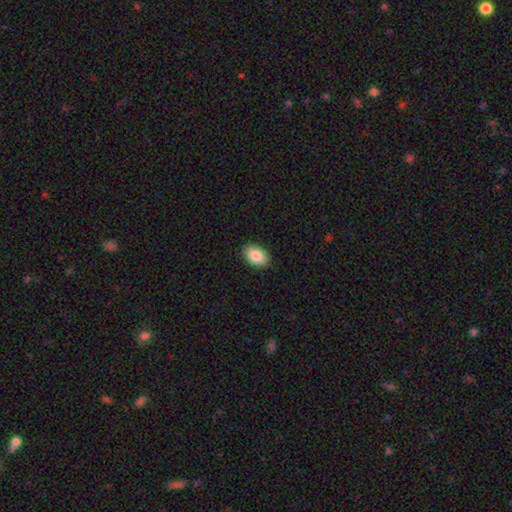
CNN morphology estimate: smooth_or_featured: smooth (p=0.86) [alt: star or artifact p=0.07]
how_rounded: in between (p=0.89) [alt: round p=0.10]
merging: none (p=0.90) [alt: minor disturbance p=0.07]